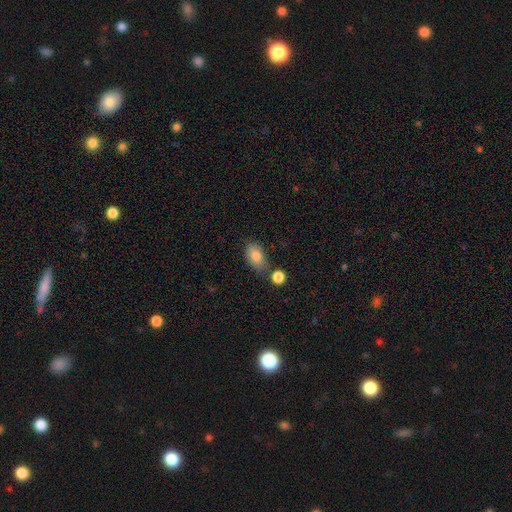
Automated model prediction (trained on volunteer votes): The model was most divided on "merging": none: 65%, minor disturbance: 18%, merger: 12%, major disturbance: 5%. More confident: how rounded — in between (88%); smooth or featured — smooth (81%).